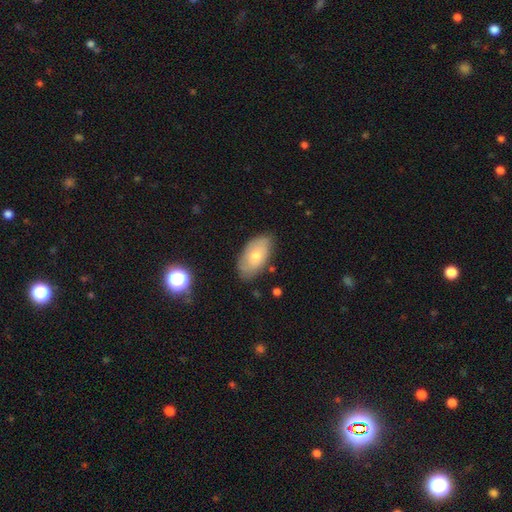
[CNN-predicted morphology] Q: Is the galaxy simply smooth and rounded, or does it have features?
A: smooth — 65%.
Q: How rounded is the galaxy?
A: in between — 94%.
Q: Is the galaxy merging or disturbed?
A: none — 75%.